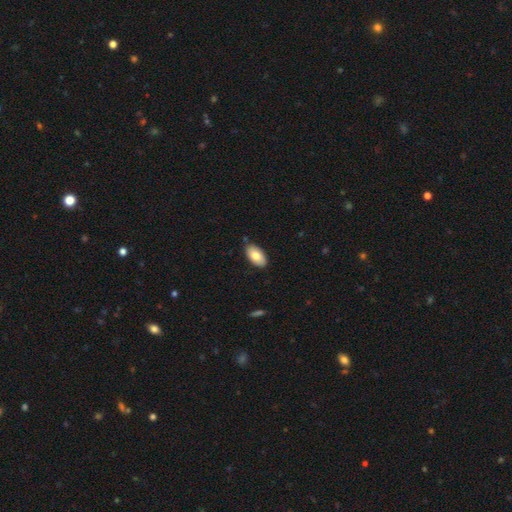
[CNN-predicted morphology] Q: Smooth or featured?
A: smooth (80%); runner-up: featured or disk (14%)
Q: How rounded?
A: in between (95%); runner-up: round (3%)
Q: Merging?
A: none (84%); runner-up: minor disturbance (12%)